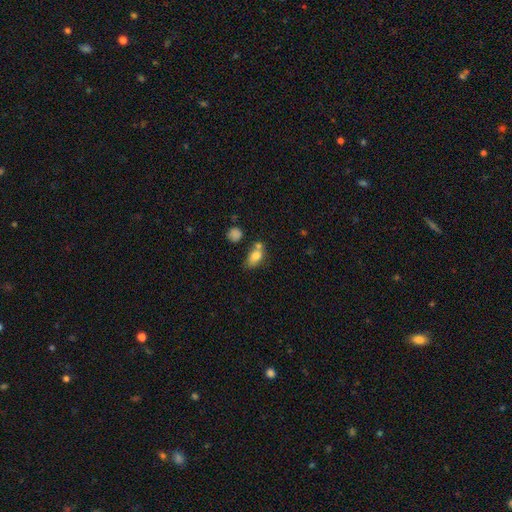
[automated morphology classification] A smooth galaxy with no disk features (78%) that is in between round and cigar-shaped (81%). Merging: none (48%).